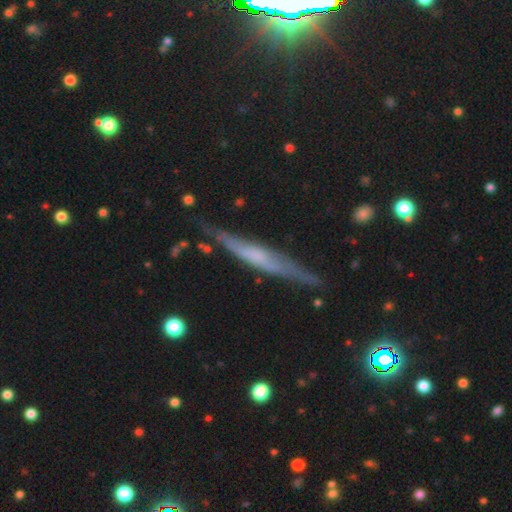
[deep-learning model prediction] Overall: featured or disk (63%; smooth 29%). Edge-on disk: yes (92%). Edge-on bulge: none (43%; rounded 32%). Merging: none (76%).